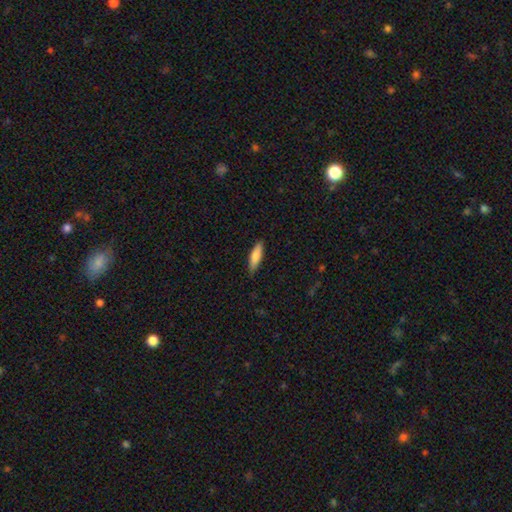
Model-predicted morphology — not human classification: Smooth or featured? Predicted: smooth (p=0.79). How rounded? Predicted: cigar-shaped (p=0.64). Merging? Predicted: none (p=0.86).